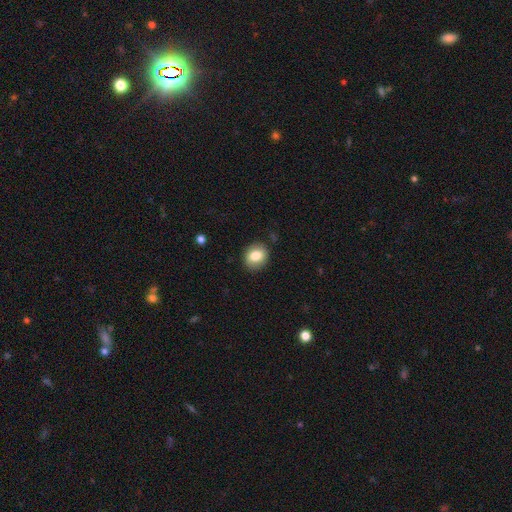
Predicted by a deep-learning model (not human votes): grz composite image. It shows a smooth galaxy with no disk features (82%) that is round (59%). Merging: none (86%).